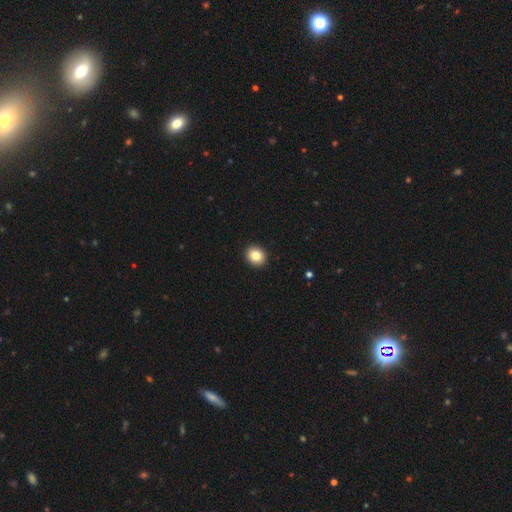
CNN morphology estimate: A smooth galaxy with no disk features (84%) that is round (69%). Merging: none (93%).